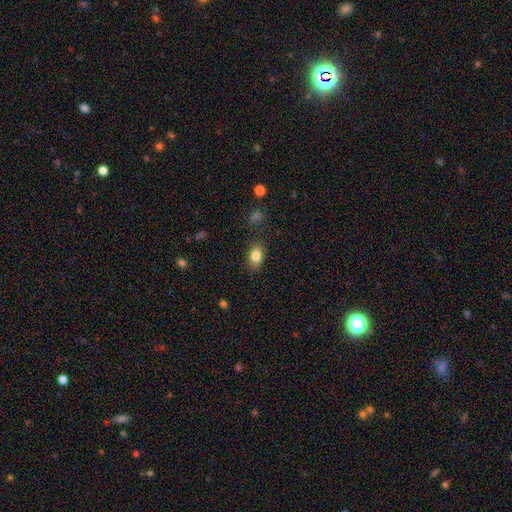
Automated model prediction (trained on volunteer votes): The model was most divided on "how rounded": in between: 84%, round: 13%, cigar-shaped: 2%. More confident: merging — none (84%); smooth or featured — smooth (83%).